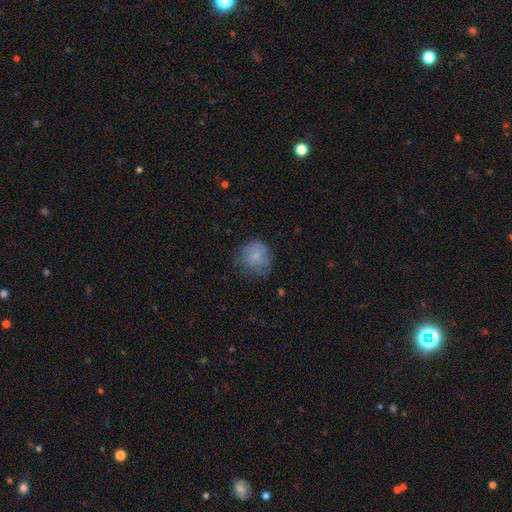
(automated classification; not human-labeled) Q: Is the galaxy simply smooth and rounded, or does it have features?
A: smooth — 75%.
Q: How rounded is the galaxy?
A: round — 85%.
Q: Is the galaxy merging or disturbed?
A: none — 62%.